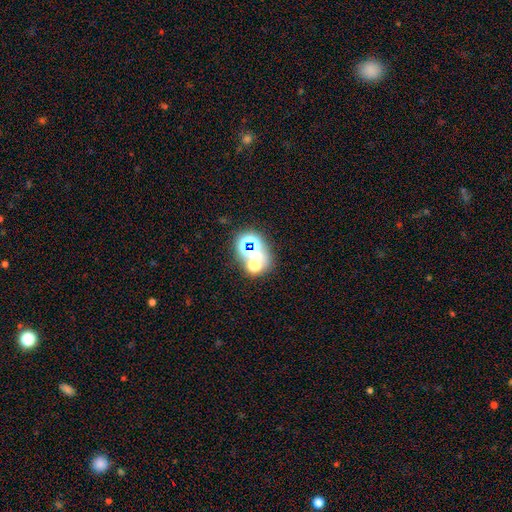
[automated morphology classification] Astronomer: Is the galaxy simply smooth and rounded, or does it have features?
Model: star or artifact — 49% (runner-up: smooth, 39%).